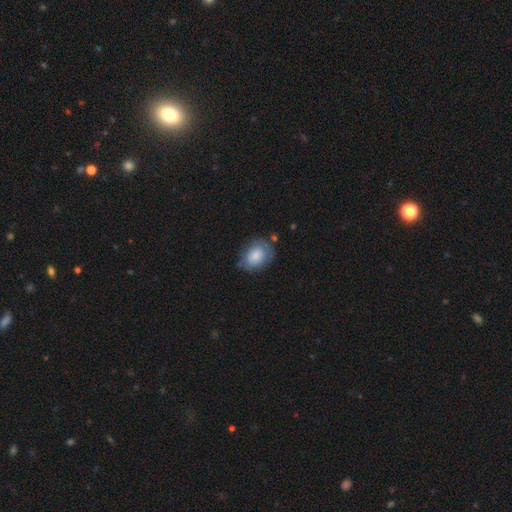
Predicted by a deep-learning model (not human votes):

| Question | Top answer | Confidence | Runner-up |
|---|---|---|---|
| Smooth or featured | smooth | 72% | featured or disk (21%) |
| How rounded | in between | 75% | round (24%) |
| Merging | none | 58% | minor disturbance (28%) |